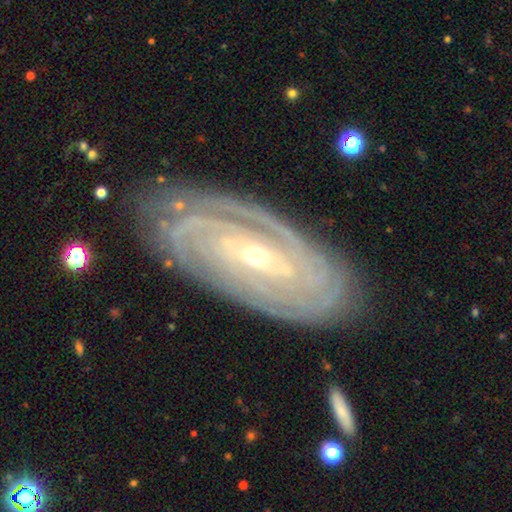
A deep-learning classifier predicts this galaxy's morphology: Smooth or featured? featured or disk (88%)
Edge-on disk? no (92%)
Bar? no (42%)
Spiral arms? yes (97%)
Spiral winding? tight (81%)
Spiral arm count? can't tell (32%)
Bulge size? small (64%)
Merging? none (82%)